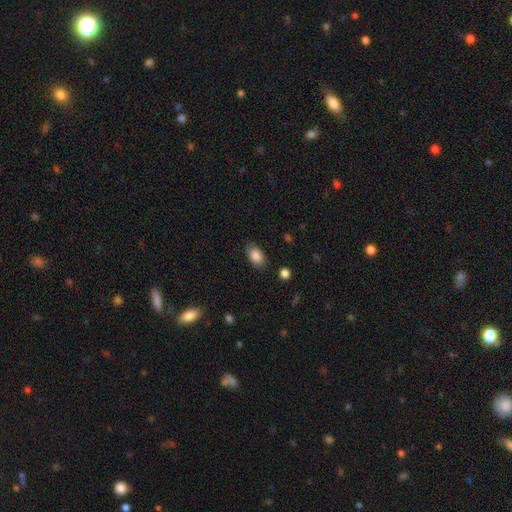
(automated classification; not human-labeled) Overall: smooth (87%). How rounded: in between (89%). Merging: none (83%).